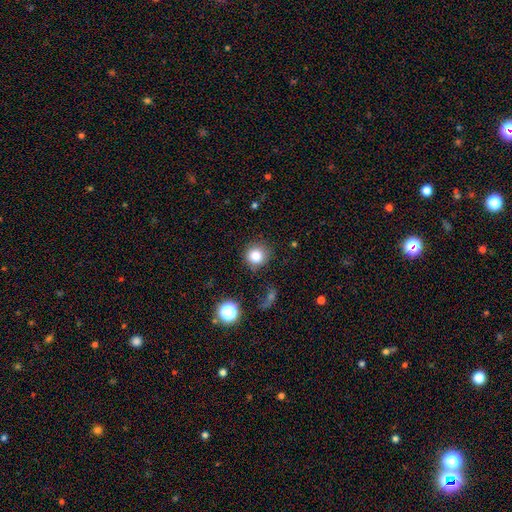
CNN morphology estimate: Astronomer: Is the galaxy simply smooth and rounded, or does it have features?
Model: smooth — 82%.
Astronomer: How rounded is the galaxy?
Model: round — 91%.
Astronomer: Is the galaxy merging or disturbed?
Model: none — 82%.